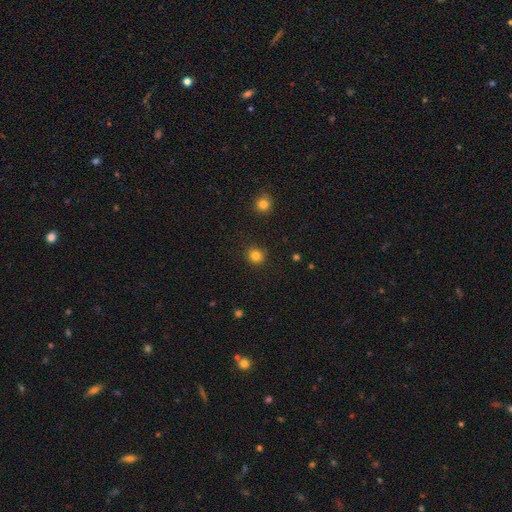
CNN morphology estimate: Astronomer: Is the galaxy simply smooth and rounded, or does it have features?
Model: smooth — 83%.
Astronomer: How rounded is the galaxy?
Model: round — 90%.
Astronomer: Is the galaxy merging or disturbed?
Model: none — 89%.